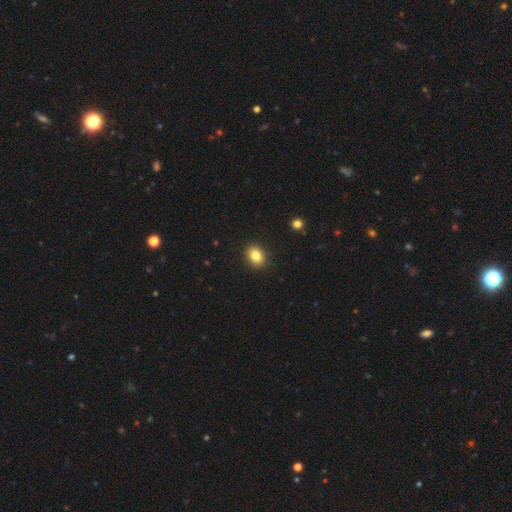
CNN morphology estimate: Smooth or featured? smooth (84%)
How rounded? in between (64%)
Merging? none (90%)